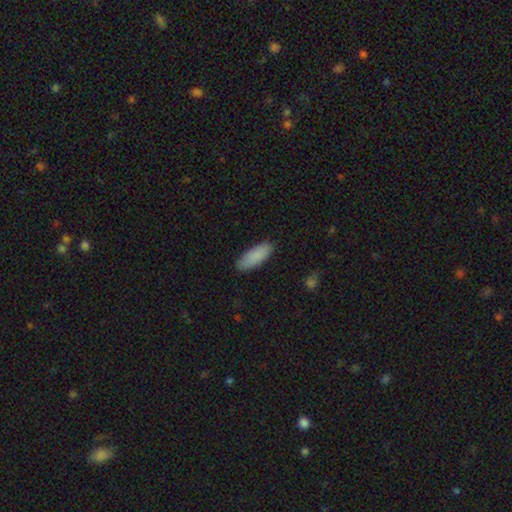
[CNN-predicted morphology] Smooth or featured? smooth (89%)
How rounded? in between (65%)
Merging? none (86%)